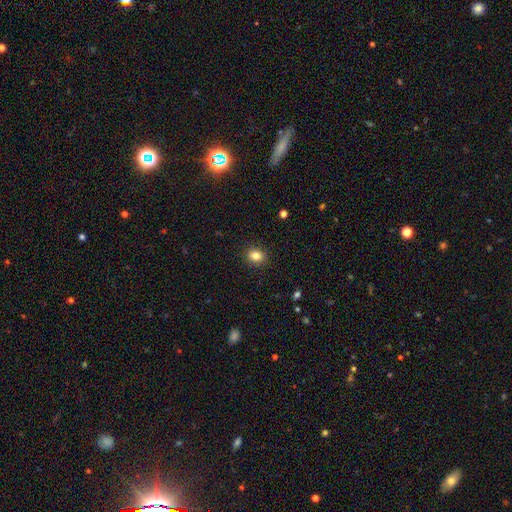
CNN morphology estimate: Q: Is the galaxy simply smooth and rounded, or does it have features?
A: smooth — 83%.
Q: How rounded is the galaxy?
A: round — 59%.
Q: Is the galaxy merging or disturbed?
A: none — 90%.